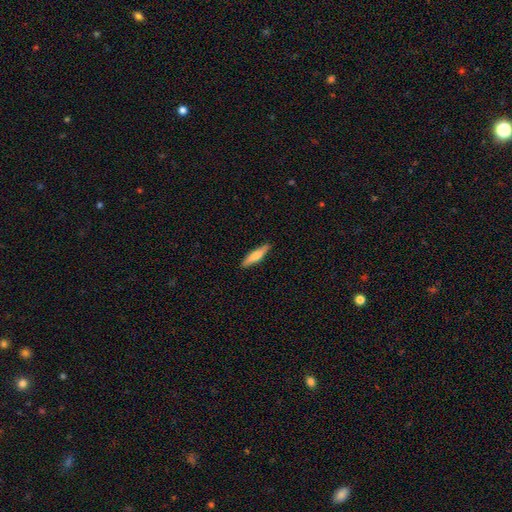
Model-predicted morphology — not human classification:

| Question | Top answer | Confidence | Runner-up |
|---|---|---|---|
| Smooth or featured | smooth | 66% | featured or disk (28%) |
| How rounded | cigar-shaped | 79% | in between (19%) |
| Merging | none | 89% | minor disturbance (8%) |